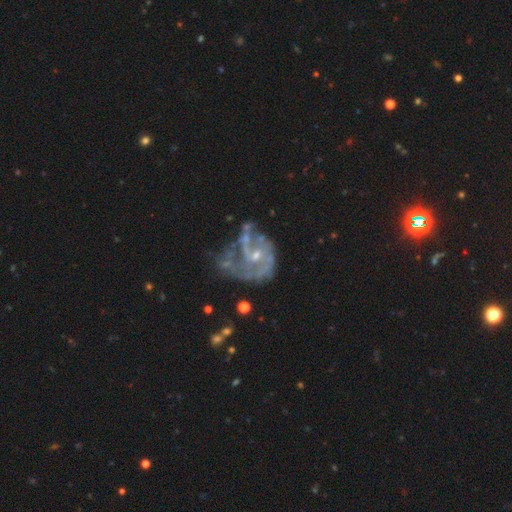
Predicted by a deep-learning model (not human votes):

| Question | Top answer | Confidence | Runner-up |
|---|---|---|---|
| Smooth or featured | featured or disk | 80% | smooth (11%) |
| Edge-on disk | no | 98% | yes (2%) |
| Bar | no | 64% | weak (30%) |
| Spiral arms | yes | 73% | no (27%) |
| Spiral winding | medium | 40% | tight (32%) |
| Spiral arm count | can't tell | 33% | 2 (30%) |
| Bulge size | small | 62% | moderate (27%) |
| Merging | none | 35% | major disturbance (34%) |